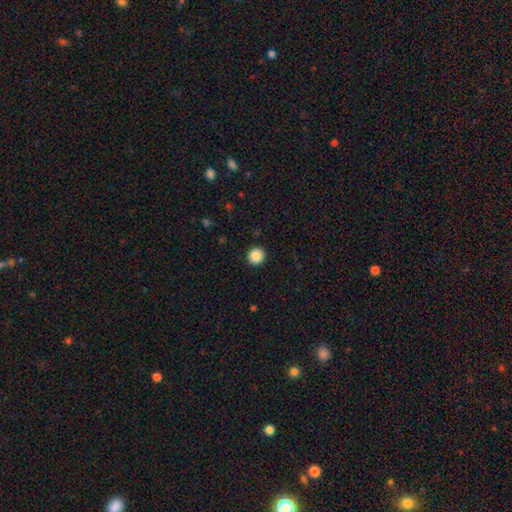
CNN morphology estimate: smooth 87%, star or artifact 9%, featured or disk 4%. Down the decision tree: how rounded — round (94%); merging — none (93%).